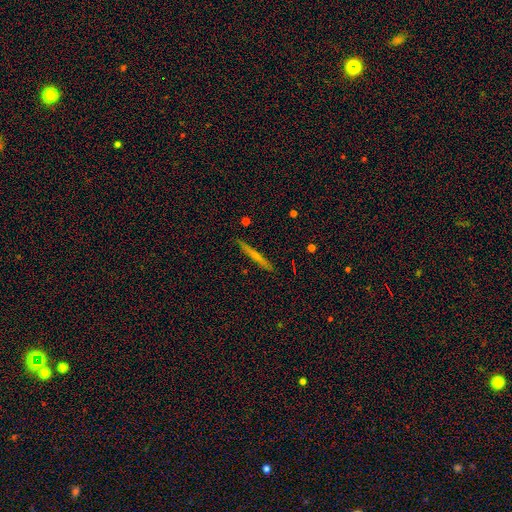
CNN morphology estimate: Smooth or featured?
  - featured or disk: 59% *
  - smooth: 33%
  - star or artifact: 8%
Edge-on disk?
  - yes: 97% *
  - no: 3%
Edge-on bulge?
  - rounded: 49% *
  - none: 46%
  - boxy: 5%
Merging?
  - none: 91% *
  - minor disturbance: 7%
  - merger: 1%
  - major disturbance: 1%